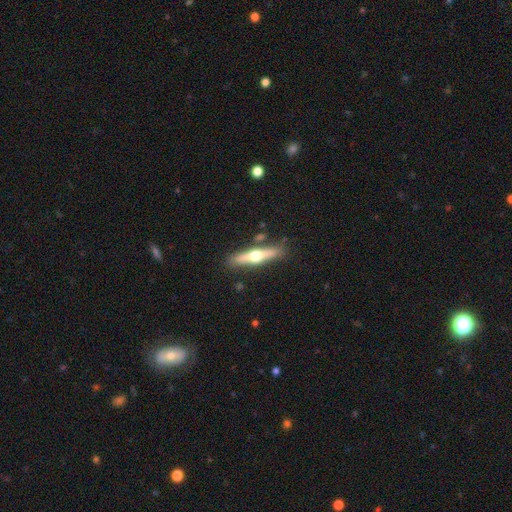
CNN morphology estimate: featured or disk 60%, smooth 34%, star or artifact 6%. Down the decision tree: edge-on disk — yes (94%); edge-on bulge — rounded (94%); merging — none (83%).